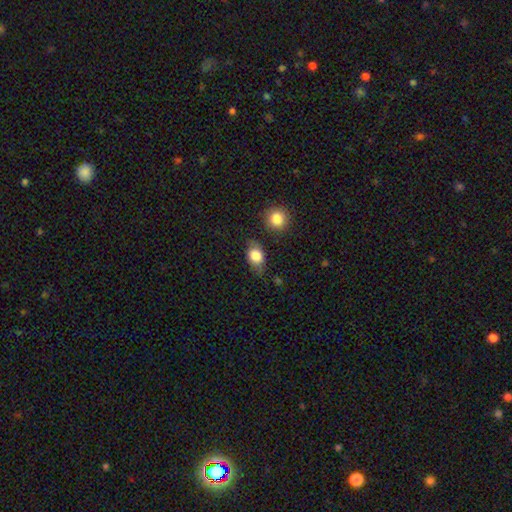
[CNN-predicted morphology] This is likely a smooth galaxy (79%). How rounded: likely in between (75%). Merging: likely none (69%).